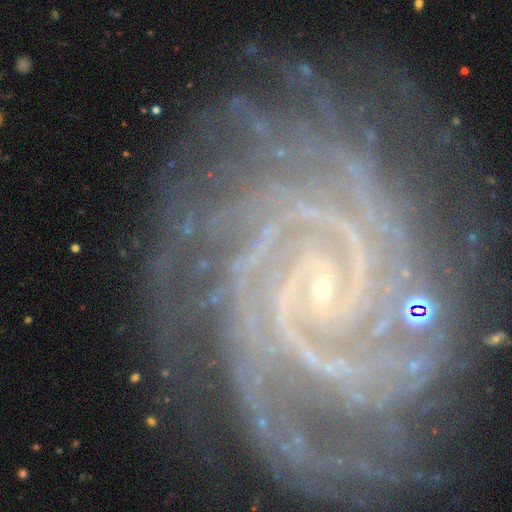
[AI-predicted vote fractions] Smooth or featured: featured or disk — 90% (star or artifact — 7%)
Edge-on disk: no — 98% (yes — 2%)
Bar: weak — 37% (no — 36%)
Spiral arms: yes — 99% (no — 1%)
Spiral winding: tight — 76% (medium — 21%)
Spiral arm count: 2 — 24% (3 — 19%)
Bulge size: small — 83% (moderate — 12%)
Merging: none — 69% (minor disturbance — 17%)